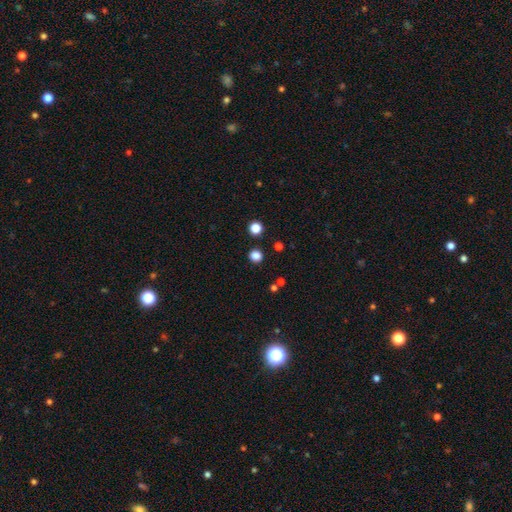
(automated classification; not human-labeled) This is clearly a smooth galaxy (82%). How rounded: clearly round (90%). Merging: clearly none (89%).